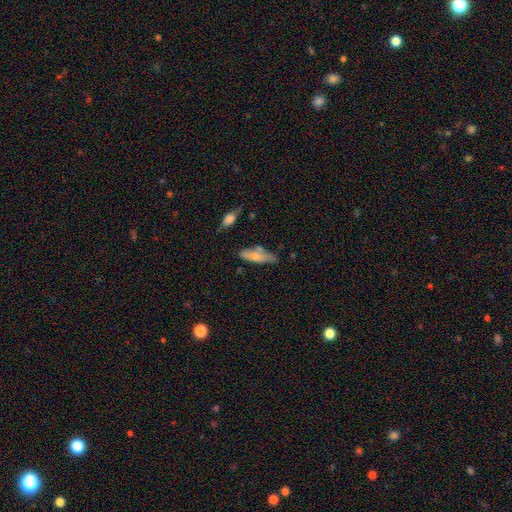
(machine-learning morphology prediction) Smooth or featured? Predicted: smooth (p=0.65). How rounded? Predicted: in between (p=0.53). Merging? Predicted: none (p=0.51).